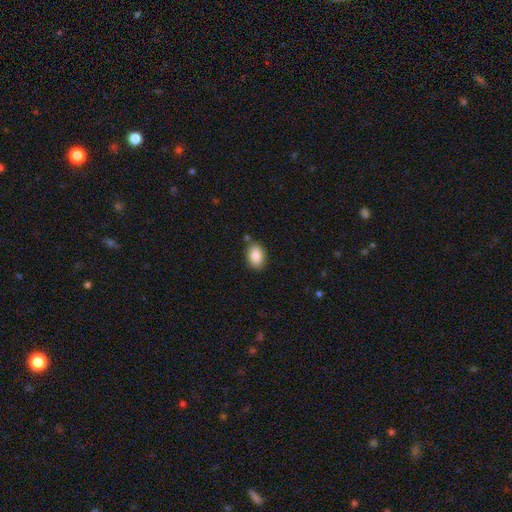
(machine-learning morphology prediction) This appears to be a smooth galaxy with no disk features (88%) that is in between round and cigar-shaped (87%). Merging: none (80%).